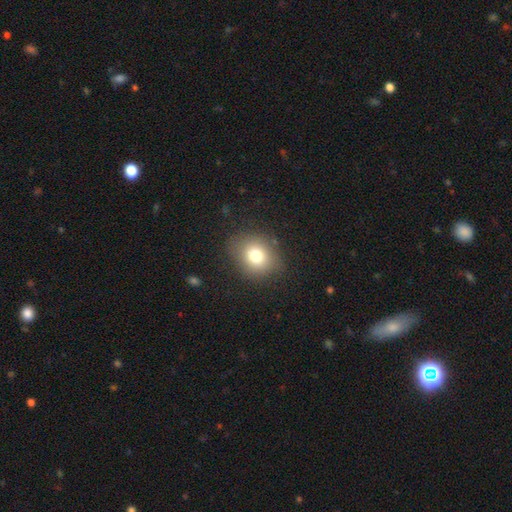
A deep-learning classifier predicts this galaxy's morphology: Smooth or featured?
  - smooth: 76% *
  - star or artifact: 12%
  - featured or disk: 12%
How rounded?
  - round: 61% *
  - in between: 38%
  - cigar-shaped: 1%
Merging?
  - none: 81% *
  - minor disturbance: 13%
  - major disturbance: 5%
  - merger: 1%